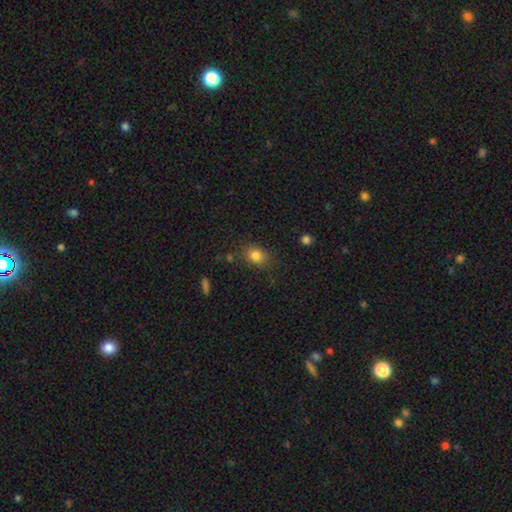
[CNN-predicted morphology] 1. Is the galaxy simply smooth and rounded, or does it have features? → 82% smooth, 12% star or artifact, 7% featured or disk.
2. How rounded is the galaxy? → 51% in between, 47% round, 1% cigar-shaped.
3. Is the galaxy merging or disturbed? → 79% none, 14% minor disturbance, 4% major disturbance, 2% merger.